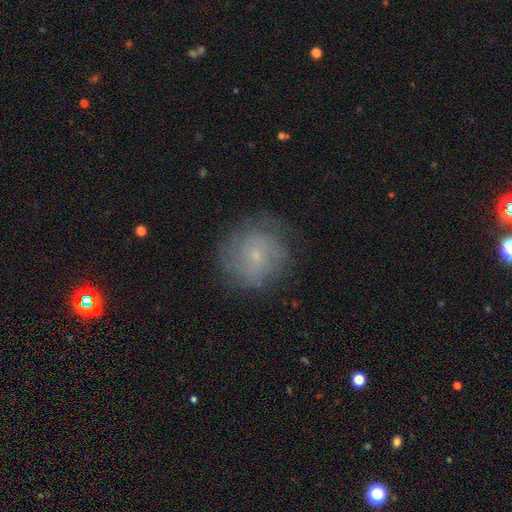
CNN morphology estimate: A featured or disk galaxy (46%). Merging: none (75%).